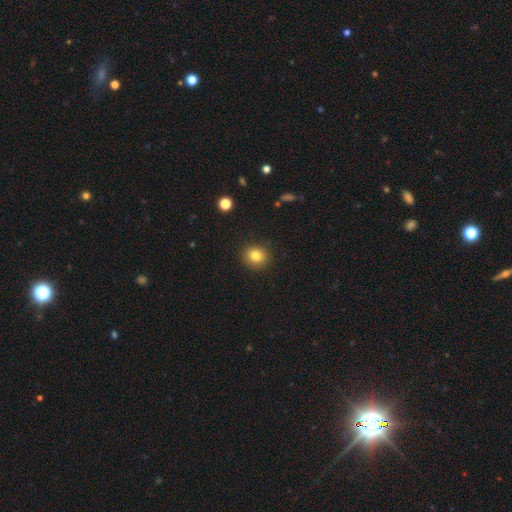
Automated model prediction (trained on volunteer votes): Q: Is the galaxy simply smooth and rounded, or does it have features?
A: smooth — 82%.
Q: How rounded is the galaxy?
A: round — 83%.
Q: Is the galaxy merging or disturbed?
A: none — 90%.